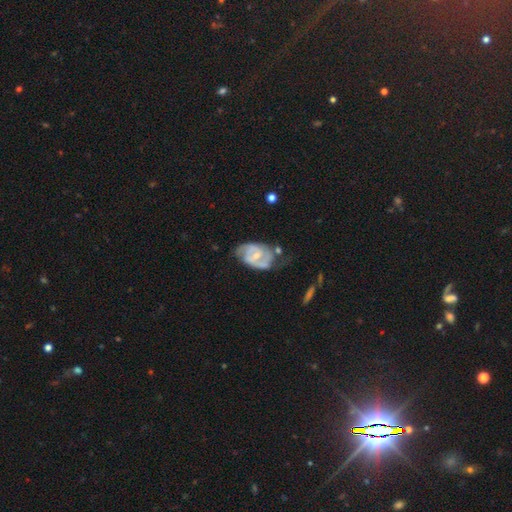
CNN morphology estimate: Overall: featured or disk (83%). Edge-on disk: no (97%). Bar: weak (52%; no 29%). Spiral arms: yes (93%). Spiral arm count: 2 (79%). Spiral winding: medium (46%; tight 39%). Bulge size: small (54%; moderate 41%). Merging: none (52%; minor disturbance 28%).